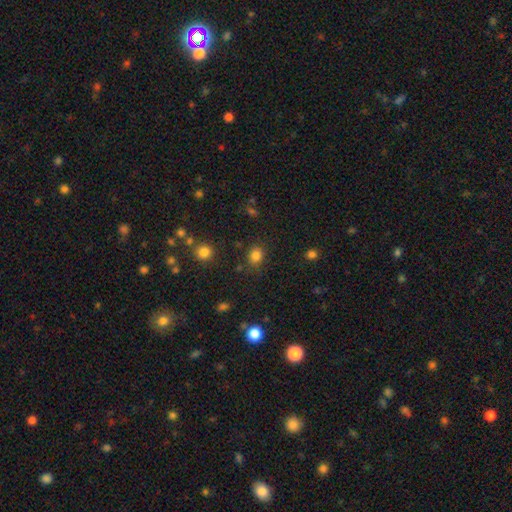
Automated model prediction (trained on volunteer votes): Smooth or featured? Predicted: smooth (p=0.82). How rounded? Predicted: round (p=0.63). Merging? Predicted: none (p=0.81).